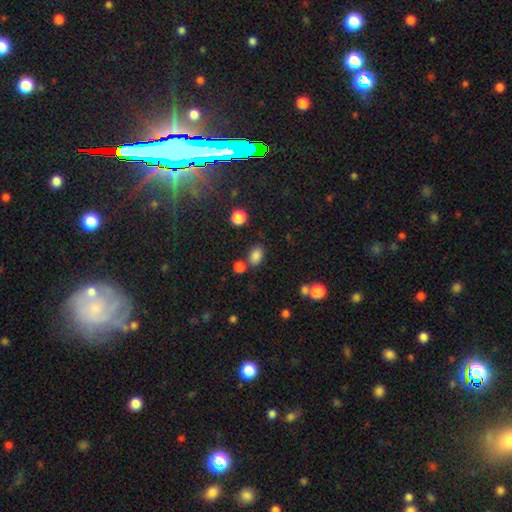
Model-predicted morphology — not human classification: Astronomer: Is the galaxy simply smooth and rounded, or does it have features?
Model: smooth — 83%.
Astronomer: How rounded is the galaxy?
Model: in between — 77%.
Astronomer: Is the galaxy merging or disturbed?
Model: none — 72%.